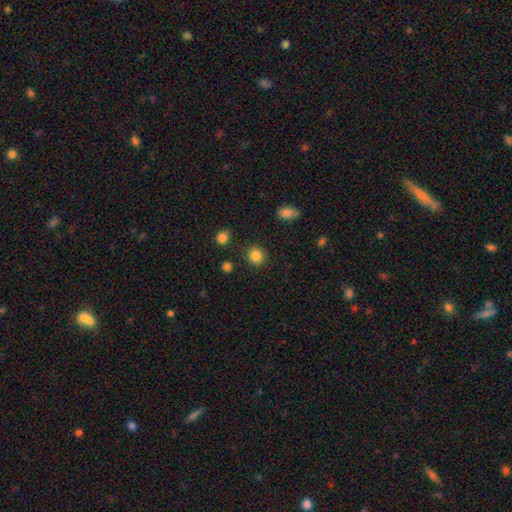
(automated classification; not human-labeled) smooth-or-featured: smooth: 85% | star or artifact: 11% | featured or disk: 4%
  how-rounded: round: 90% | in between: 9% | cigar-shaped: 1%
  merging: none: 90% | minor disturbance: 6% | major disturbance: 2% | merger: 2%